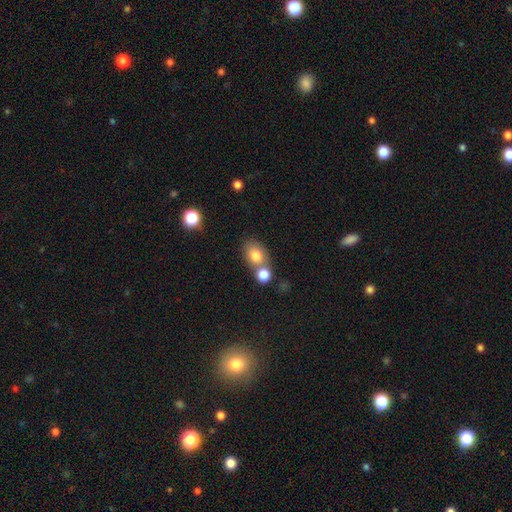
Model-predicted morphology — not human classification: Smooth or featured? smooth (80%)
How rounded? in between (64%)
Merging? none (49%)